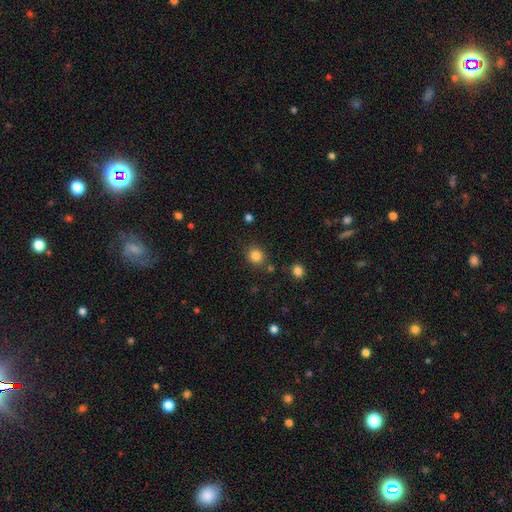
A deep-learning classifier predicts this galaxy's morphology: Smooth or featured: smooth — 84% (star or artifact — 12%)
How rounded: round — 83% (in between — 16%)
Merging: none — 84% (minor disturbance — 9%)